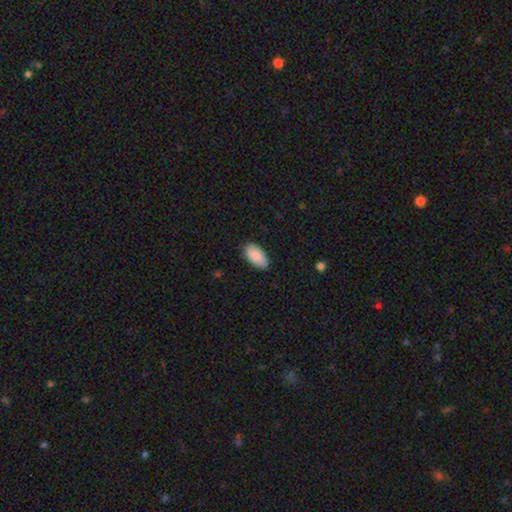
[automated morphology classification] smooth 91%, star or artifact 6%, featured or disk 4%. Down the decision tree: how rounded — in between (95%); merging — none (86%).